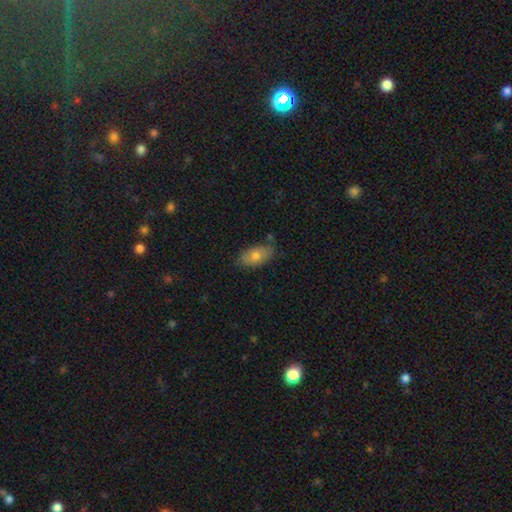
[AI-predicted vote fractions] Morphology: type=smooth (72%); roundness=in between (91%); merging=none (75%).